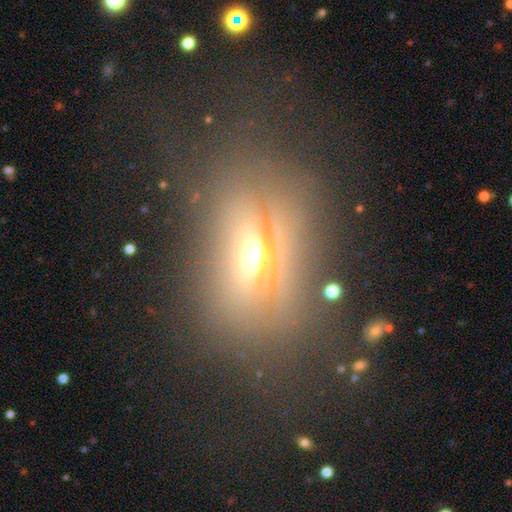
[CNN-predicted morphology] This is possibly a featured or disk galaxy (47%). Merging: possibly none (57%).